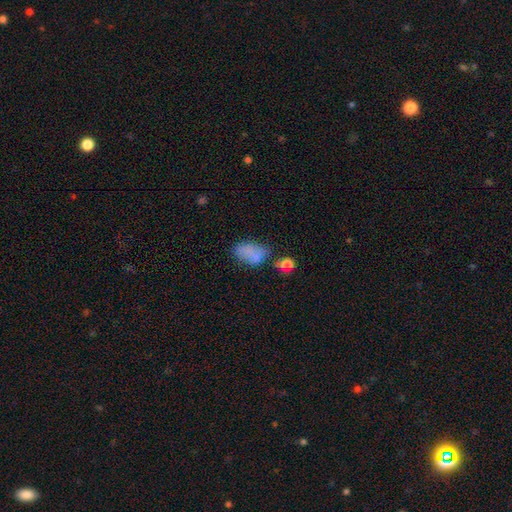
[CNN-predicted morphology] This is likely a smooth galaxy (71%). How rounded: clearly in between (89%). Merging: marginally none (39%).